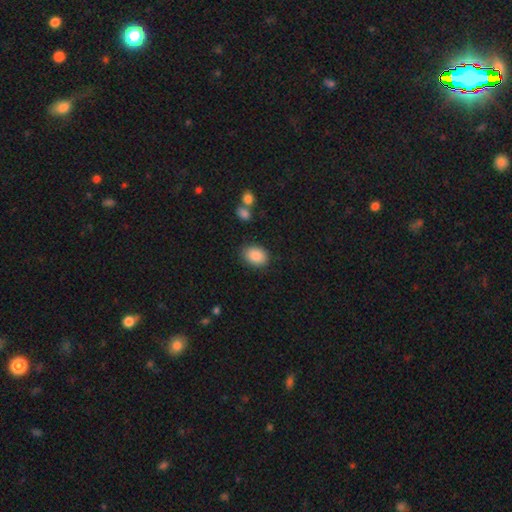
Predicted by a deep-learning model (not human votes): A smooth galaxy with no disk features (88%) that is in between round and cigar-shaped (70%). Merging: none (84%).